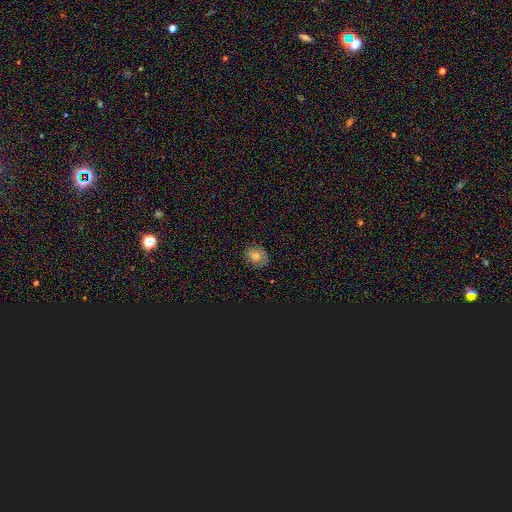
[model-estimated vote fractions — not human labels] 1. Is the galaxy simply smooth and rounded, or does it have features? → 53% smooth, 29% star or artifact, 18% featured or disk.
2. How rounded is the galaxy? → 50% in between, 49% round, 1% cigar-shaped.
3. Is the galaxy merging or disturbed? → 79% none, 16% minor disturbance, 4% major disturbance, 1% merger.